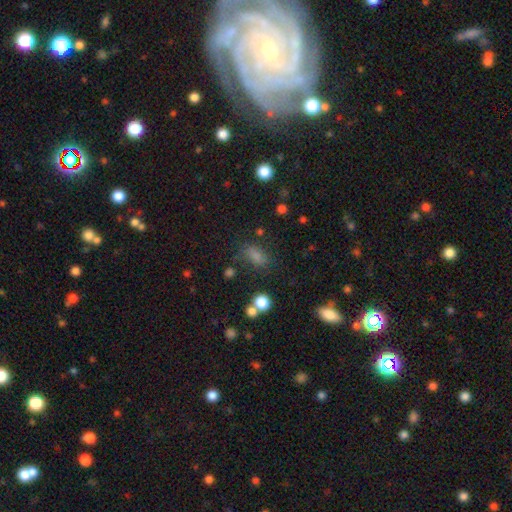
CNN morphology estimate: smooth-or-featured: smooth: 70% | star or artifact: 22% | featured or disk: 8%
  how-rounded: in between: 79% | round: 15% | cigar-shaped: 5%
  merging: none: 70% | minor disturbance: 17% | major disturbance: 7% | merger: 5%